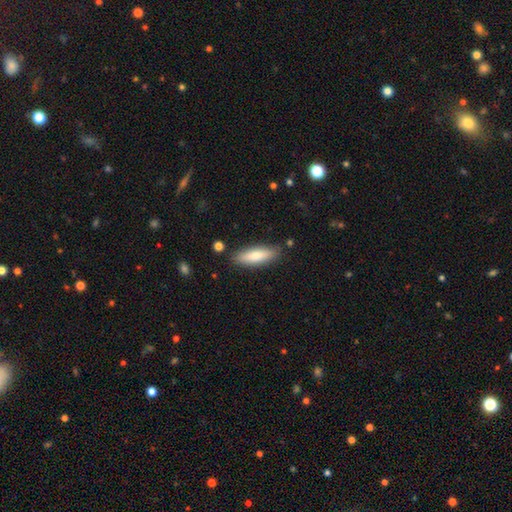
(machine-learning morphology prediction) smooth_or_featured: smooth (p=0.75) [alt: featured or disk p=0.19]
how_rounded: cigar-shaped (p=0.54) [alt: in between p=0.44]
merging: none (p=0.85) [alt: minor disturbance p=0.11]